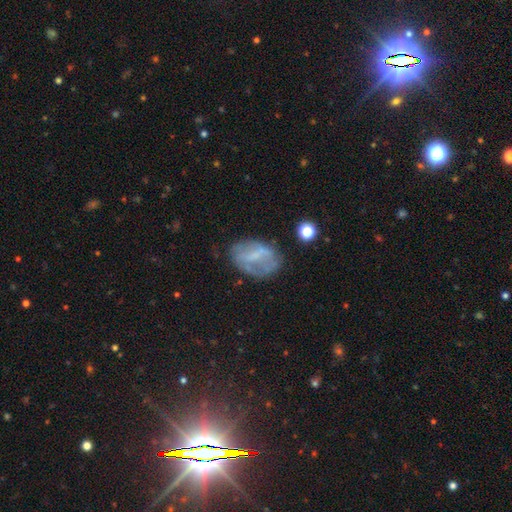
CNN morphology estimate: type=featured or disk (50%); edge-on=no (94%); merging=none (58%).